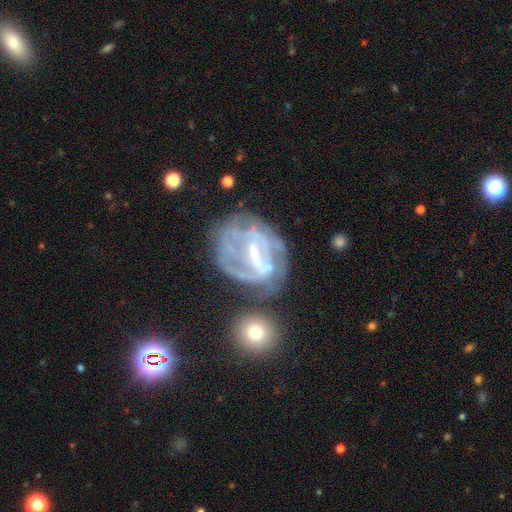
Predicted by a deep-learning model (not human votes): Smooth or featured: featured or disk — 80% (smooth — 12%)
Edge-on disk: no — 95% (yes — 5%)
Bar: strong — 53% (weak — 35%)
Spiral arms: yes — 69% (no — 31%)
Spiral winding: tight — 48% (medium — 35%)
Spiral arm count: can't tell — 48% (2 — 28%)
Bulge size: small — 45% (moderate — 31%)
Merging: none — 47% (major disturbance — 23%)